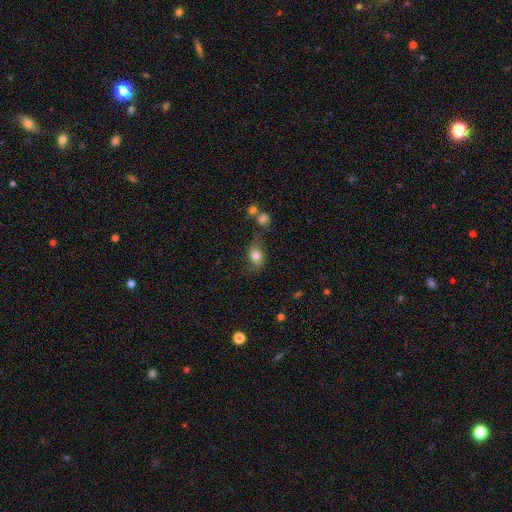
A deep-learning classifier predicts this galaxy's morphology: A smooth galaxy with no disk features (75%) that is in between round and cigar-shaped (66%). Merging: none (56%).